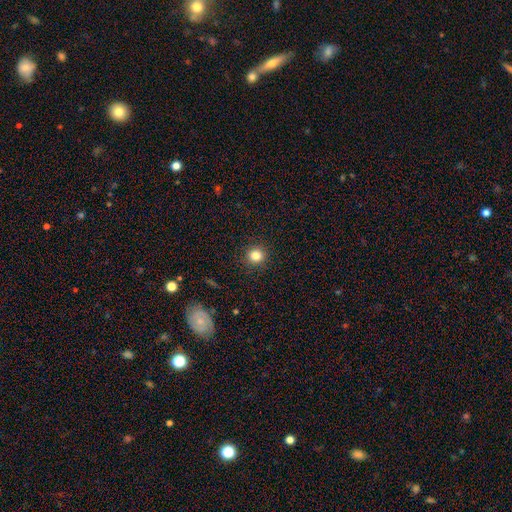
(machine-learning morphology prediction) Smooth or featured?
  - smooth: 83% *
  - star or artifact: 11%
  - featured or disk: 6%
How rounded?
  - round: 90% *
  - in between: 9%
  - cigar-shaped: 1%
Merging?
  - none: 91% *
  - minor disturbance: 6%
  - major disturbance: 2%
  - merger: 1%